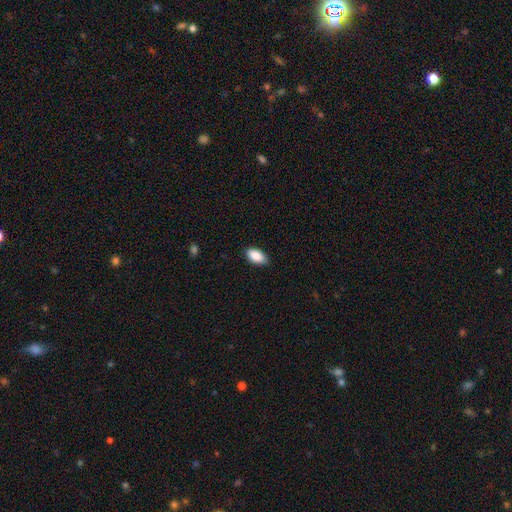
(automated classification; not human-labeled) This appears to be a smooth galaxy with no disk features (89%) that is in between round and cigar-shaped (94%). Merging: none (85%).